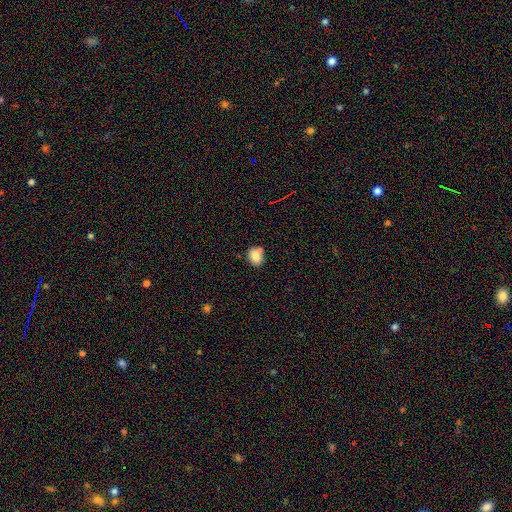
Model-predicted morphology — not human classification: A smooth galaxy with no disk features (81%) that is in between round and cigar-shaped (51%). Merging: none (67%).